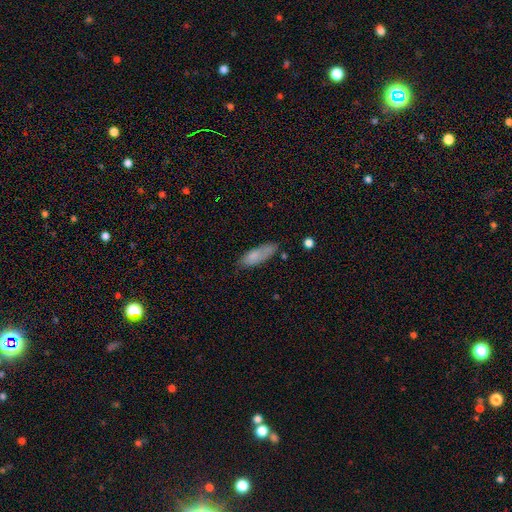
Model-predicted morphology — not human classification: smooth_or_featured: smooth (p=0.80) [alt: featured or disk p=0.13]
how_rounded: in between (p=0.57) [alt: cigar-shaped p=0.41]
merging: none (p=0.66) [alt: minor disturbance p=0.25]